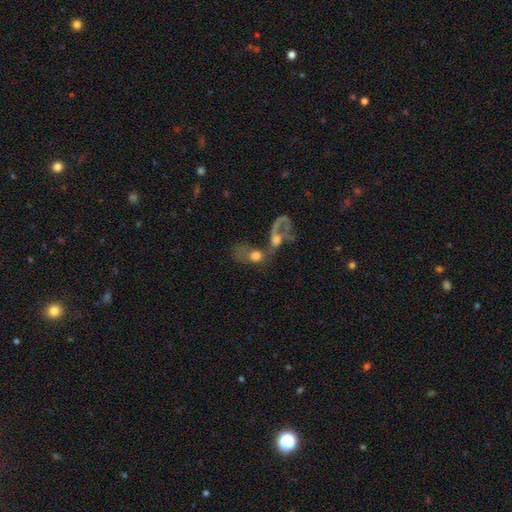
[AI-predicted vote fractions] Smooth or featured: smooth — 51% (featured or disk — 37%)
How rounded: in between — 59% (round — 37%)
Merging: merger — 72% (major disturbance — 14%)